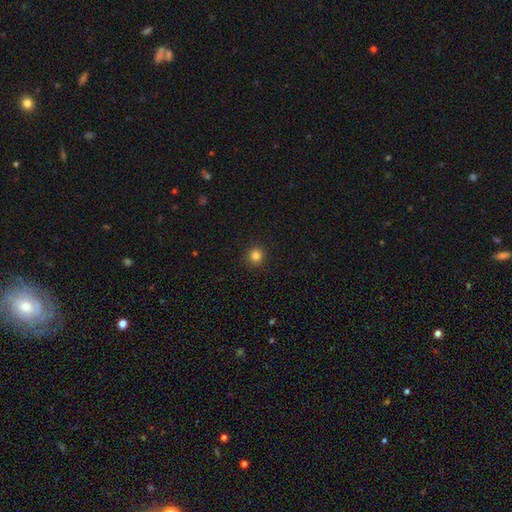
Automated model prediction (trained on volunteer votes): Smooth or featured: smooth — 83% (star or artifact — 13%)
How rounded: round — 93% (in between — 6%)
Merging: none — 92% (minor disturbance — 5%)